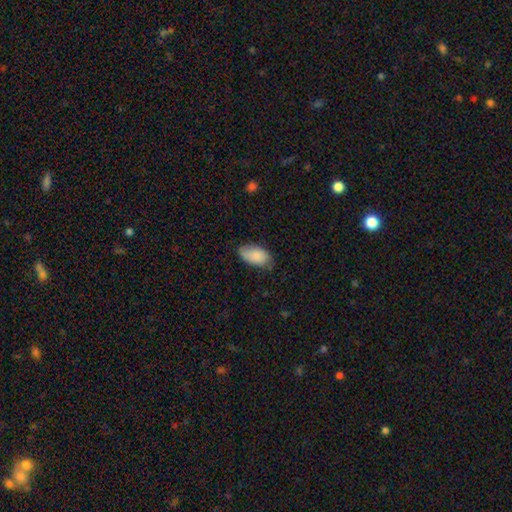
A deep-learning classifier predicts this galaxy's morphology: Smooth or featured? Predicted: smooth (p=0.85). How rounded? Predicted: in between (p=0.95). Merging? Predicted: none (p=0.71).